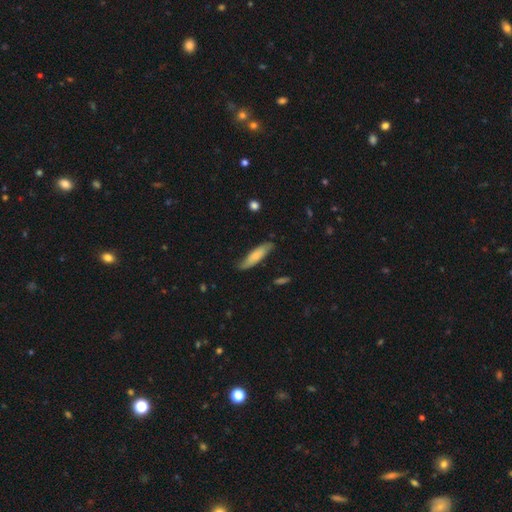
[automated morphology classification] Smooth or featured? Predicted: smooth (p=0.67). How rounded? Predicted: cigar-shaped (p=0.67). Merging? Predicted: none (p=0.75).